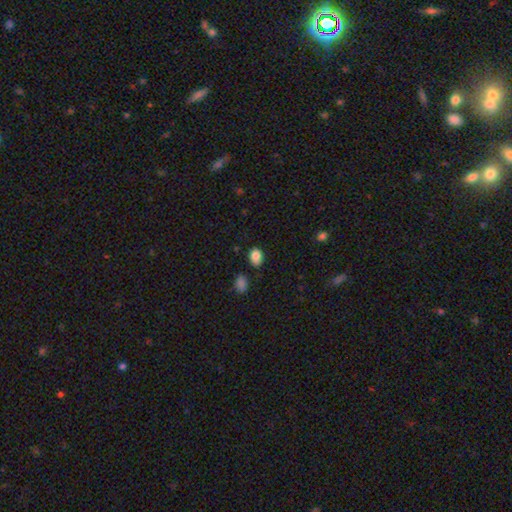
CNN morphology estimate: Smooth or featured? smooth (85%)
How rounded? in between (67%)
Merging? none (76%)